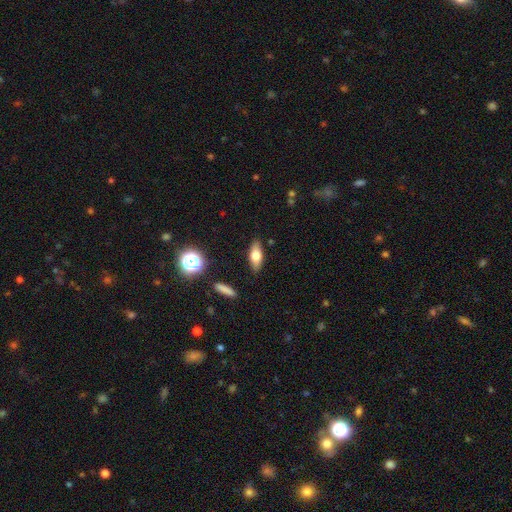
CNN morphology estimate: Overall: smooth (64%; featured or disk 27%). How rounded: in between (69%). Merging: none (87%).